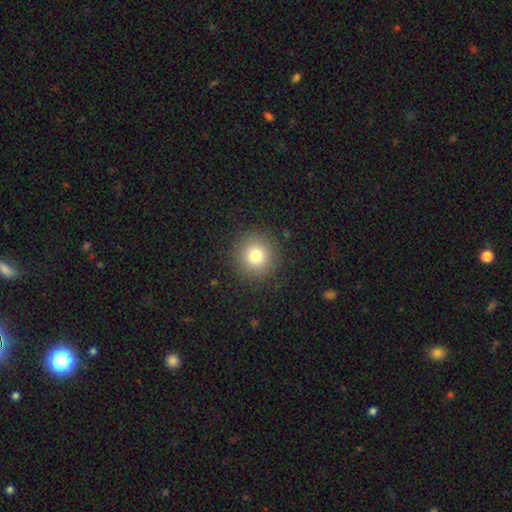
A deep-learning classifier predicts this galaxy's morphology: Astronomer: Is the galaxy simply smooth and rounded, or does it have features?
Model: smooth — 79%.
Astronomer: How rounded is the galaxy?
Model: round — 93%.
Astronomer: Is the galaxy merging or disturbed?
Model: none — 89%.